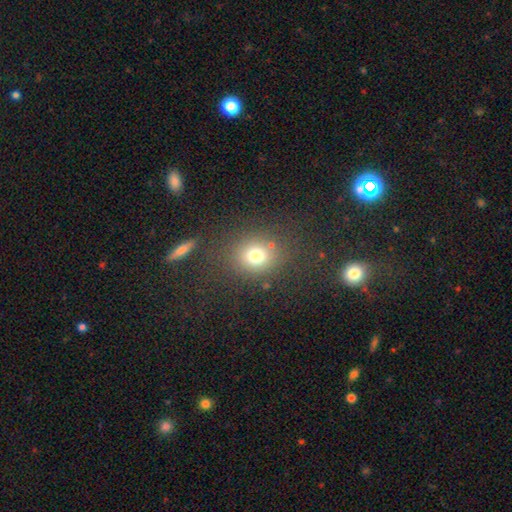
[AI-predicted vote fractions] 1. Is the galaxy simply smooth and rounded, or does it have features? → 75% smooth, 16% star or artifact, 9% featured or disk.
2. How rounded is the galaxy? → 69% round, 30% in between, 1% cigar-shaped.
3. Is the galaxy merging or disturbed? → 78% none, 10% minor disturbance, 6% major disturbance, 5% merger.